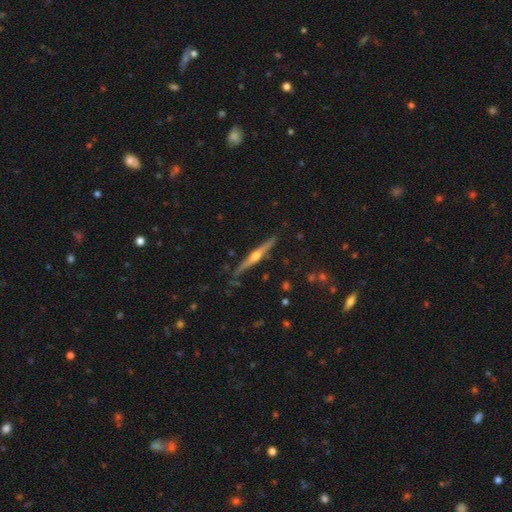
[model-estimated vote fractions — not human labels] A featured or disk galaxy (79%) viewed edge-on (98%) with a rounded central bulge (94%). Merging: none (88%).